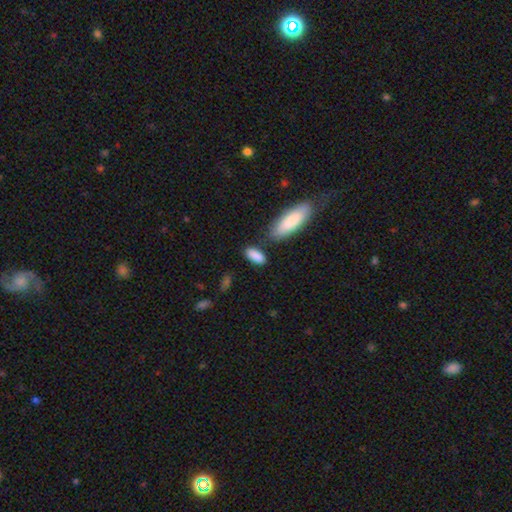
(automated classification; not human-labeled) Smooth or featured? Predicted: smooth (p=0.88). How rounded? Predicted: in between (p=0.76). Merging? Predicted: none (p=0.74).